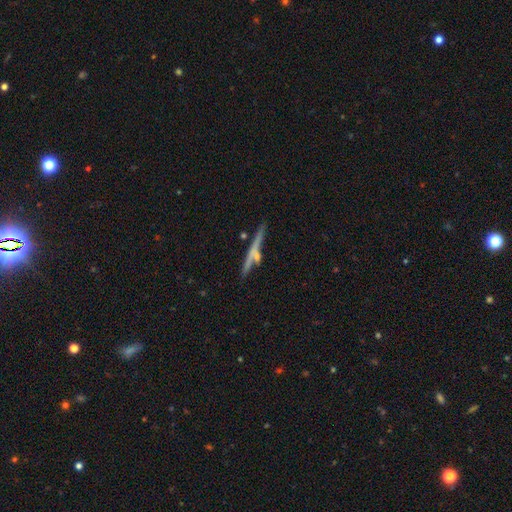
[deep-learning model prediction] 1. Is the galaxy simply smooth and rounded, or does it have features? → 60% featured or disk, 33% smooth, 7% star or artifact.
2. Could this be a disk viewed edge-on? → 95% yes, 5% no.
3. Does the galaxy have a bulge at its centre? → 50% none, 42% rounded, 8% boxy.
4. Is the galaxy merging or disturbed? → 72% none, 13% minor disturbance, 11% merger, 4% major disturbance.